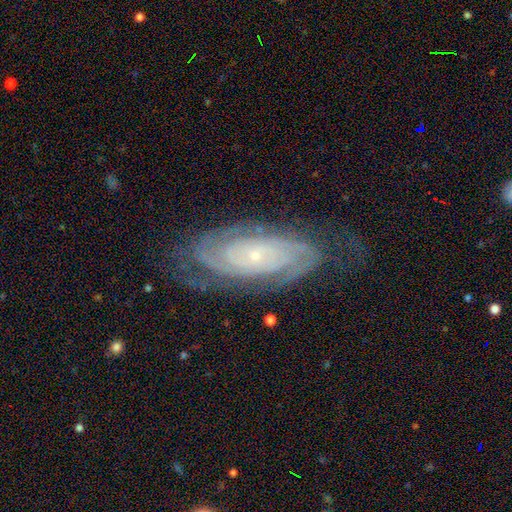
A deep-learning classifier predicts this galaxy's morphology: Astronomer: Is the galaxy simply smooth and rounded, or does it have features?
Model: featured or disk — 87%.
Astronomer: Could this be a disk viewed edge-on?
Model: no — 94%.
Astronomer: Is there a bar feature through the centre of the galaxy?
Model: no — 76%.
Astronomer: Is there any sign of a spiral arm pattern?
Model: yes — 97%.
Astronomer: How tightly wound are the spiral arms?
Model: tight — 78%.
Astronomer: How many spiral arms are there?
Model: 2 — 37% (runner-up: can't tell, 26%).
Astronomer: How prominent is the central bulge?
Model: small — 85%.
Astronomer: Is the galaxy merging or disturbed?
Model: none — 74%.